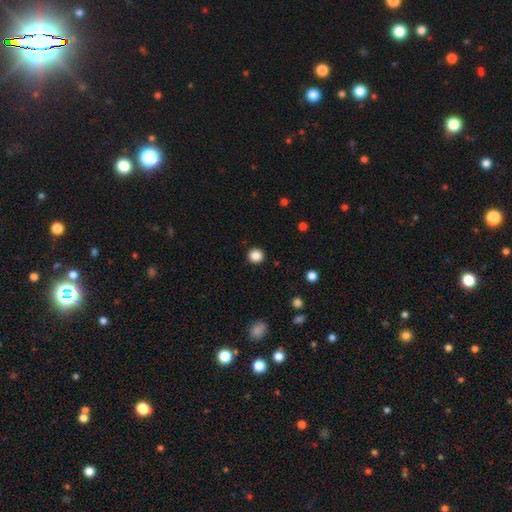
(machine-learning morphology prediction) Q: Smooth or featured?
A: smooth (86%); runner-up: star or artifact (11%)
Q: How rounded?
A: round (90%); runner-up: in between (9%)
Q: Merging?
A: none (92%); runner-up: minor disturbance (5%)